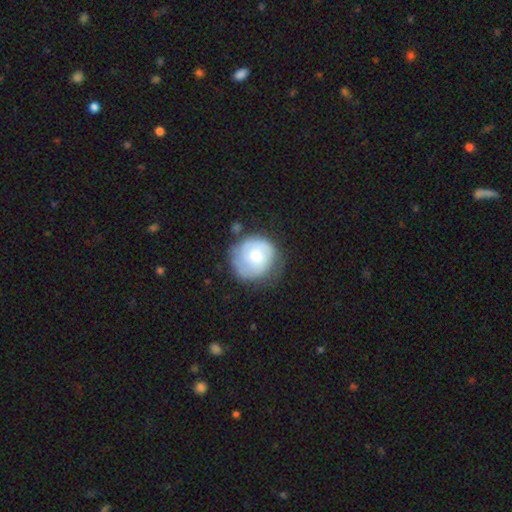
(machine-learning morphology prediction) smooth-or-featured: smooth: 48% | featured or disk: 46% | star or artifact: 6%
  merging: none: 62% | minor disturbance: 26% | major disturbance: 9% | merger: 3%